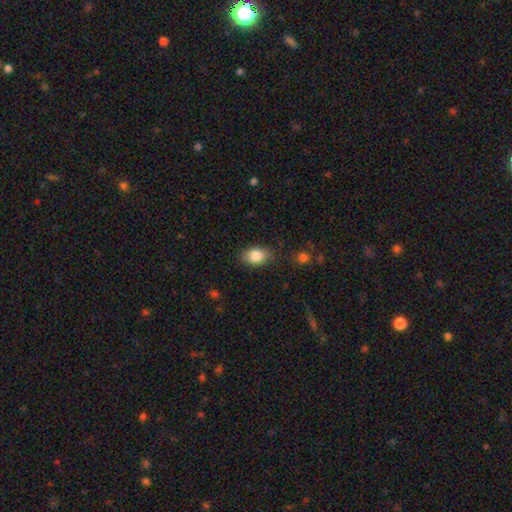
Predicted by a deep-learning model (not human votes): Smooth or featured: smooth — 84% (star or artifact — 8%)
How rounded: in between — 85% (round — 14%)
Merging: none — 83% (minor disturbance — 13%)